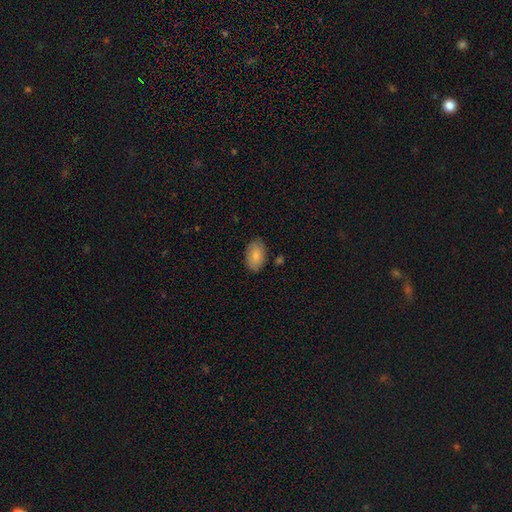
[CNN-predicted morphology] Overall: smooth (84%). How rounded: in between (91%). Merging: none (83%).